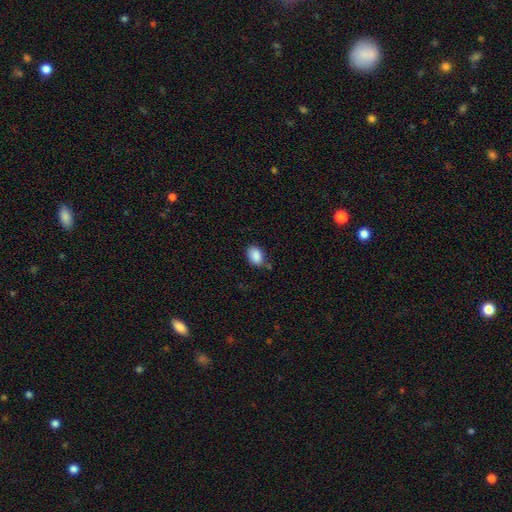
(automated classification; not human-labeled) Morphology: type=smooth (89%); roundness=in between (82%); merging=none (73%).